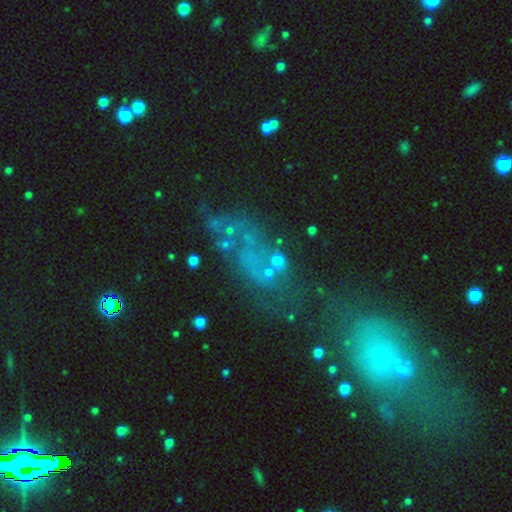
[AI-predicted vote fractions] This appears to be a featured or disk galaxy (38%). Merging: none (37%).